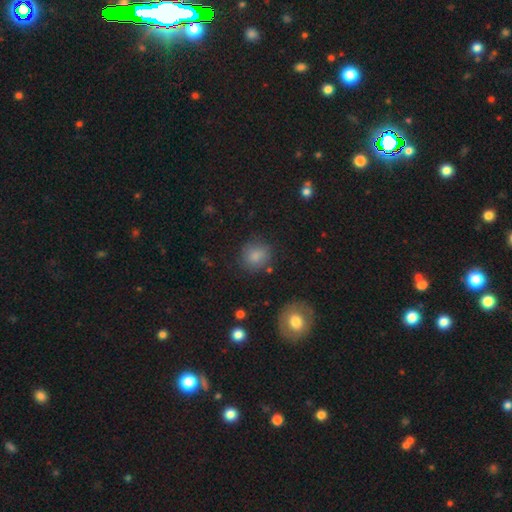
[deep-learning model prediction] smooth 82%, star or artifact 10%, featured or disk 8%. Down the decision tree: how rounded — round (79%); merging — none (78%).